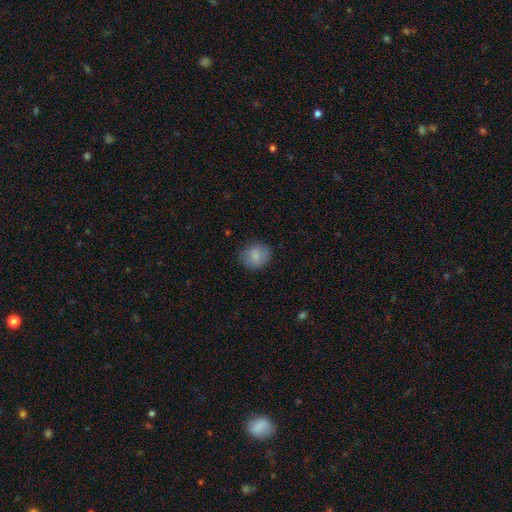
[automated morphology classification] Overall: smooth (84%). How rounded: round (79%). Merging: none (83%).